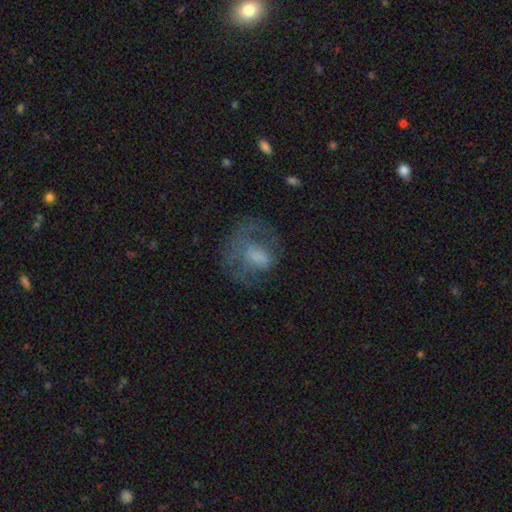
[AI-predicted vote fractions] This is possibly a featured or disk galaxy (47%). Merging: marginally major disturbance (40%).